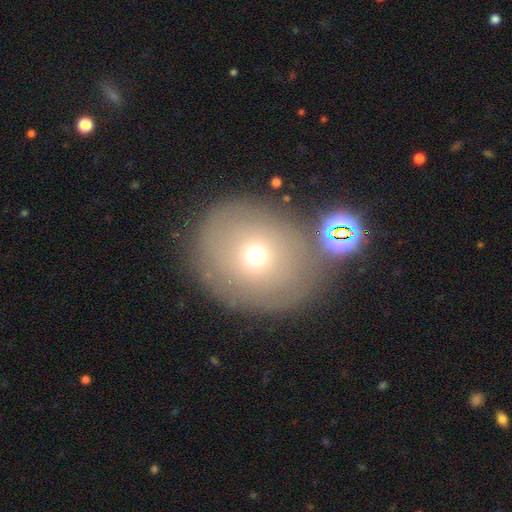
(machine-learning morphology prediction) A smooth galaxy with no disk features (63%) that is round (72%).

Vote fractions:
- Smooth or featured? smooth: 63% / featured or disk: 23% / star or artifact: 15%
- How rounded? round: 72% / in between: 27% / cigar-shaped: 1%
- Merging? none: 66% / minor disturbance: 13% / merger: 13% / major disturbance: 7%